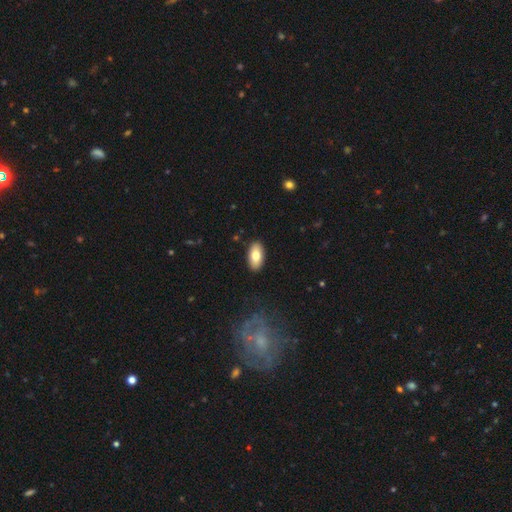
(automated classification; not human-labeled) Smooth or featured? smooth (78%)
How rounded? in between (93%)
Merging? none (90%)